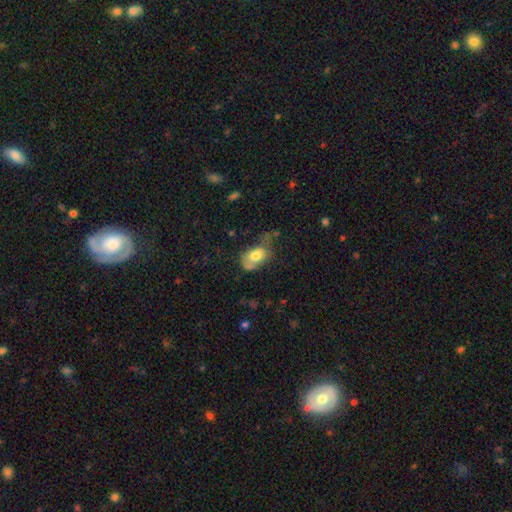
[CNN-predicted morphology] Q: Smooth or featured?
A: smooth (69%); runner-up: featured or disk (23%)
Q: How rounded?
A: in between (81%); runner-up: round (17%)
Q: Merging?
A: none (34%); tied with: minor disturbance (34%)